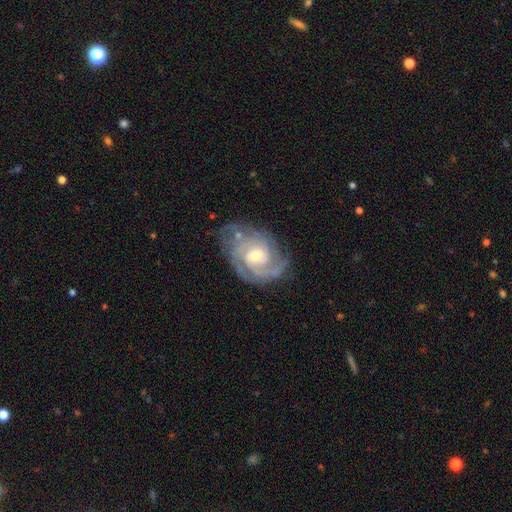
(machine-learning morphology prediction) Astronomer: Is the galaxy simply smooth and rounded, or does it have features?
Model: featured or disk — 88%.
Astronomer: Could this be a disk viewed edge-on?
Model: no — 97%.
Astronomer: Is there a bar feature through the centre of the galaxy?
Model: no — 58% (runner-up: weak, 35%).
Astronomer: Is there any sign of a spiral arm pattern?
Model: yes — 97%.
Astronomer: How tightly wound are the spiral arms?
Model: tight — 65%.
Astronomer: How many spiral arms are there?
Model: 3 — 27% (runner-up: can't tell, 26%).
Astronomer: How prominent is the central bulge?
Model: moderate — 55% (runner-up: small, 40%).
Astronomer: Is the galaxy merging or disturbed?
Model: none — 69%.